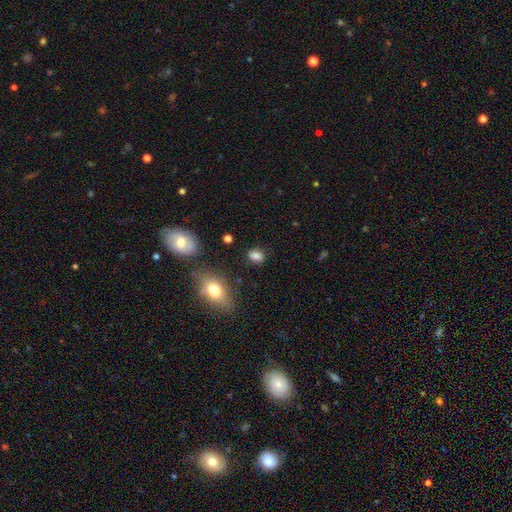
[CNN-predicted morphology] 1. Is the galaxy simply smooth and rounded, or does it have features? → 81% smooth, 12% star or artifact, 7% featured or disk.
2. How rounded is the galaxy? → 72% in between, 26% round, 3% cigar-shaped.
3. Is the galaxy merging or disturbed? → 78% none, 15% minor disturbance, 4% major disturbance, 3% merger.